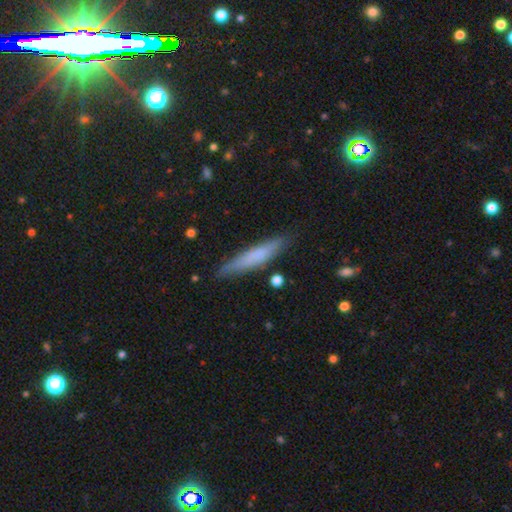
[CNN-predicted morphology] smooth_or_featured: smooth (p=0.67) [alt: featured or disk p=0.26]
how_rounded: cigar-shaped (p=0.91) [alt: in between p=0.07]
merging: none (p=0.84) [alt: minor disturbance p=0.12]